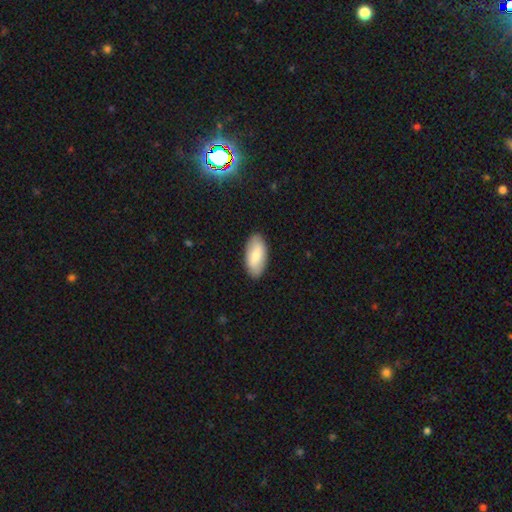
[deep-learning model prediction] Overall: smooth (75%). How rounded: in between (93%). Merging: none (88%).